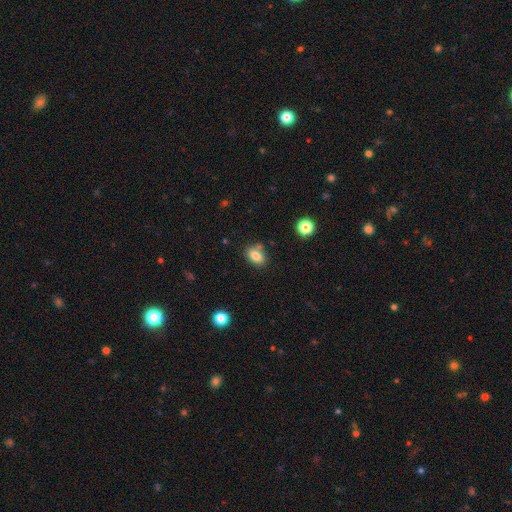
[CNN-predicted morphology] This is clearly a smooth galaxy (82%). How rounded: clearly in between (81%). Merging: likely none (68%).